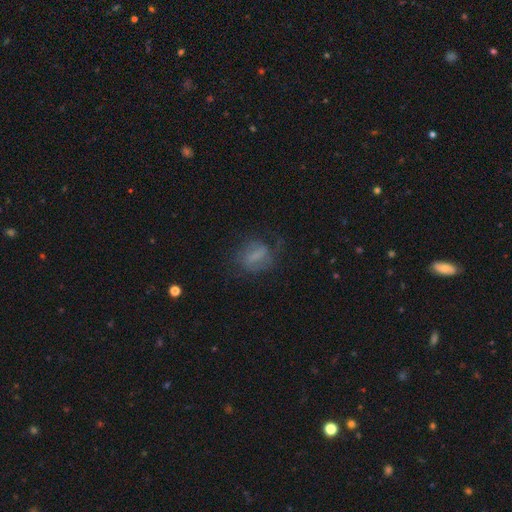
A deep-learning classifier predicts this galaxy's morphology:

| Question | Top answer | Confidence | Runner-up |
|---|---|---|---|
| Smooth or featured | smooth | 47% | featured or disk (41%) |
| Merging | none | 56% | minor disturbance (23%) |